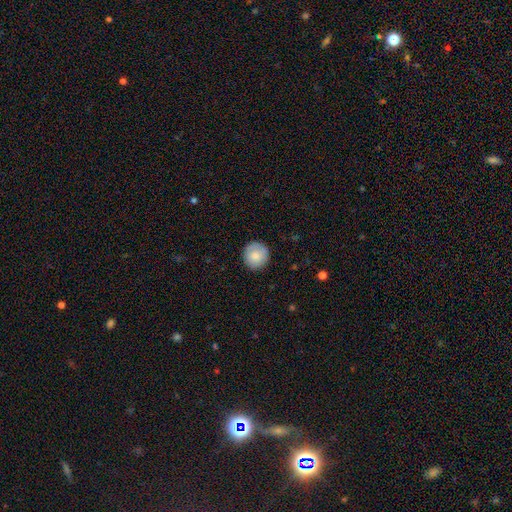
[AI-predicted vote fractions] Q: Smooth or featured?
A: smooth (83%); runner-up: featured or disk (11%)
Q: How rounded?
A: round (92%); runner-up: in between (7%)
Q: Merging?
A: none (88%); runner-up: minor disturbance (9%)